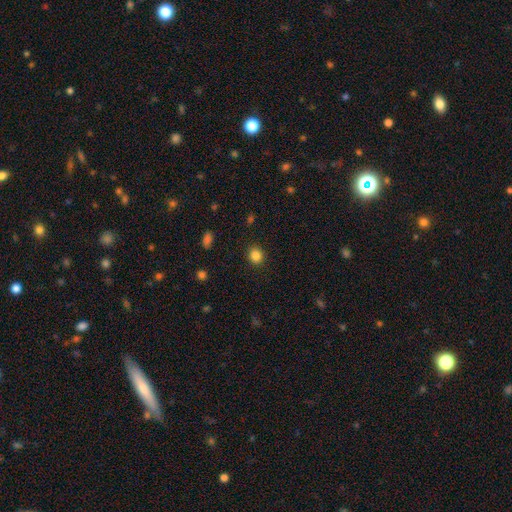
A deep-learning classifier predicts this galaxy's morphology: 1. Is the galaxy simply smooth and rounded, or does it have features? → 85% smooth, 11% star or artifact, 4% featured or disk.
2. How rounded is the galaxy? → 81% round, 18% in between, 1% cigar-shaped.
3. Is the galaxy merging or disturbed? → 90% none, 6% minor disturbance, 2% major disturbance, 1% merger.